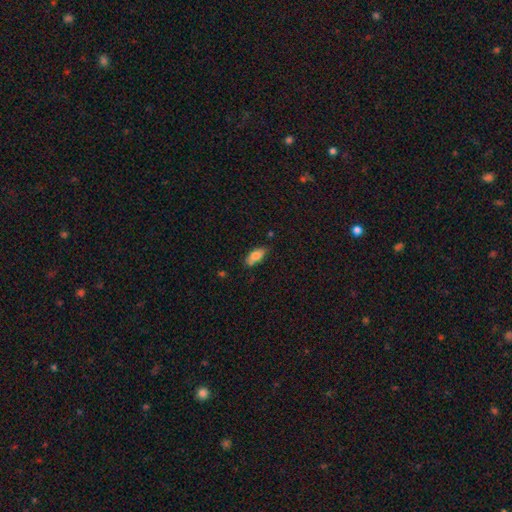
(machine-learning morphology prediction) A smooth galaxy with no disk features (79%) that is in between round and cigar-shaped (82%).

Vote fractions:
- Smooth or featured? smooth: 79% / featured or disk: 14% / star or artifact: 7%
- How rounded? in between: 82% / cigar-shaped: 15% / round: 3%
- Merging? none: 72% / minor disturbance: 21% / major disturbance: 3% / merger: 3%